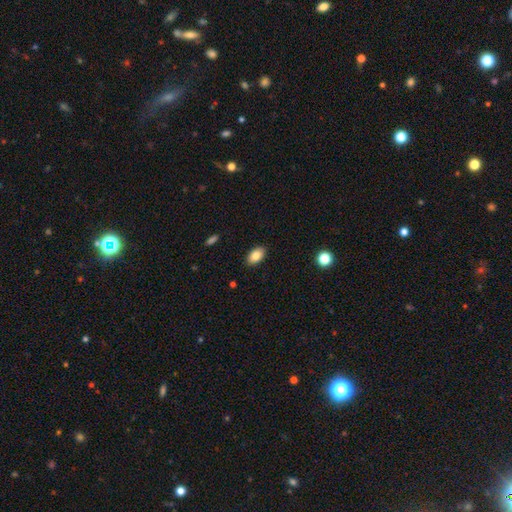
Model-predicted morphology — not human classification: Smooth or featured? Predicted: smooth (p=0.83). How rounded? Predicted: in between (p=0.92). Merging? Predicted: none (p=0.89).